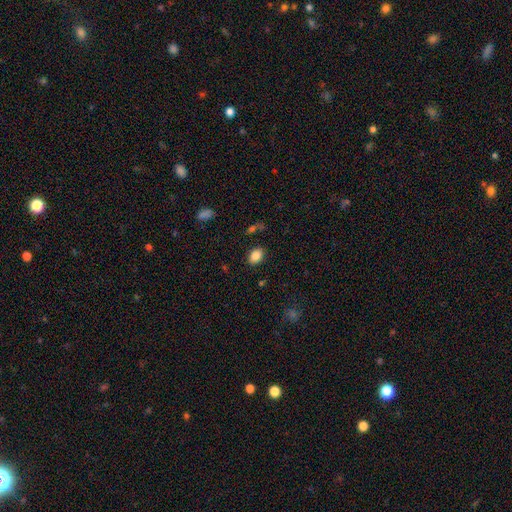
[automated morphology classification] Smooth or featured: smooth — 86% (star or artifact — 9%)
How rounded: in between — 76% (round — 23%)
Merging: none — 85% (minor disturbance — 10%)